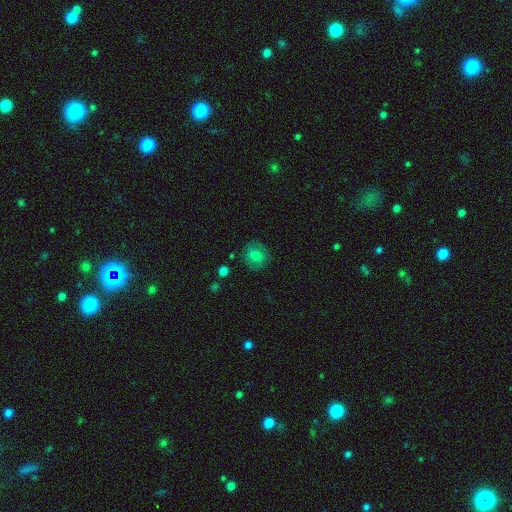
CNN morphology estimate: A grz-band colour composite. It shows a smooth galaxy with no disk features (73%) that is round (83%). Merging: none (84%).